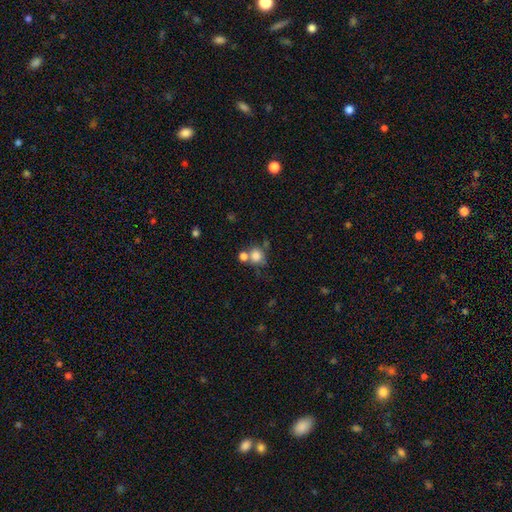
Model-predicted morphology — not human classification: Smooth or featured? Predicted: smooth (p=0.80). How rounded? Predicted: round (p=0.83). Merging? Predicted: none (p=0.51).